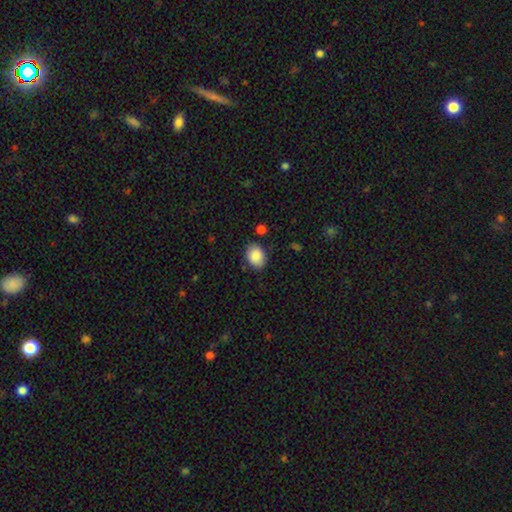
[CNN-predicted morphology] Smooth or featured: smooth — 86% (star or artifact — 7%)
How rounded: in between — 66% (round — 33%)
Merging: none — 83% (minor disturbance — 12%)